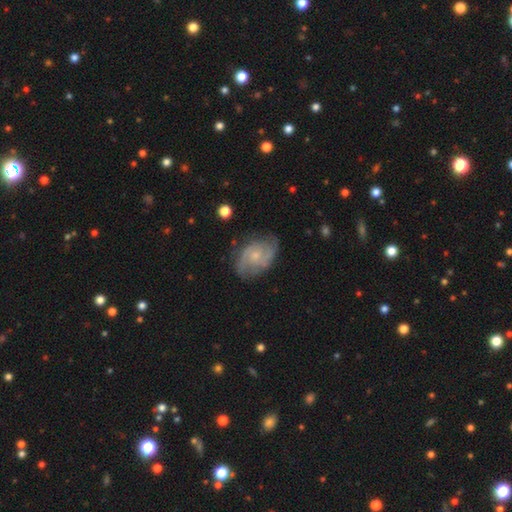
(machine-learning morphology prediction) smooth_or_featured: featured or disk (p=0.81) [alt: smooth p=0.13]
disk_edge_on: no (p=0.97) [alt: yes p=0.03]
bar: no (p=0.67) [alt: weak p=0.29]
has_spiral_arms: yes (p=0.94) [alt: no p=0.06]
spiral_winding: medium (p=0.49) [alt: tight p=0.33]
spiral_arm_count: 2 (p=0.77) [alt: can't tell p=0.11]
bulge_size: small (p=0.71) [alt: moderate p=0.21]
merging: none (p=0.74) [alt: minor disturbance p=0.19]